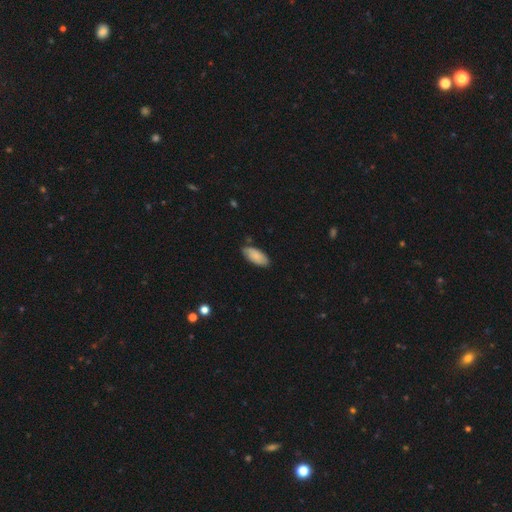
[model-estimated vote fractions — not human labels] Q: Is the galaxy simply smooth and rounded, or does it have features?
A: smooth — 81%.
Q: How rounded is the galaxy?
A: in between — 90%.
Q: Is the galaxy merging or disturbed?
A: none — 76%.